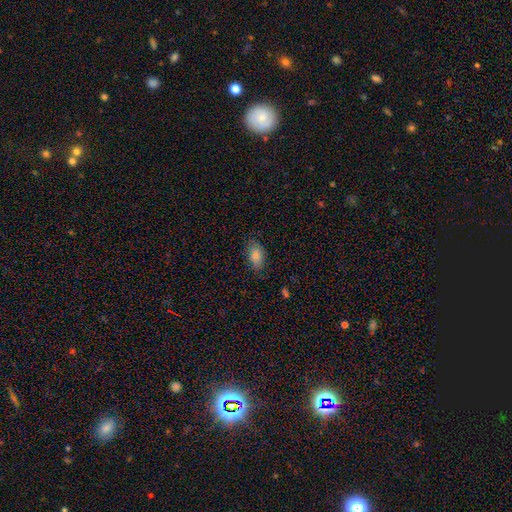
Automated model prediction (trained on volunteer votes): Smooth or featured?
  - smooth: 83% *
  - featured or disk: 8%
  - star or artifact: 8%
How rounded?
  - in between: 91% *
  - round: 5%
  - cigar-shaped: 4%
Merging?
  - none: 77% *
  - minor disturbance: 17%
  - major disturbance: 4%
  - merger: 1%